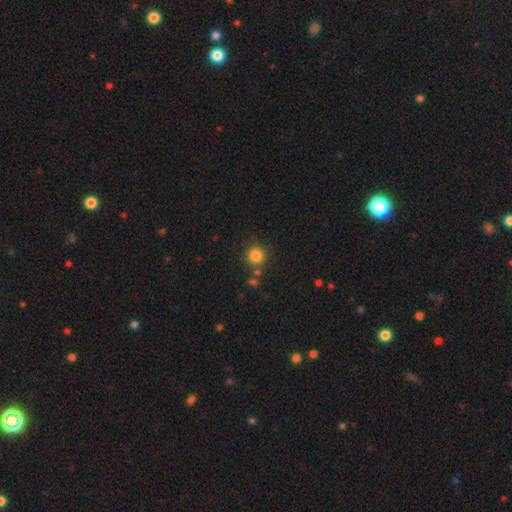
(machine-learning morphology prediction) Overall: smooth (84%). How rounded: round (93%). Merging: none (82%).